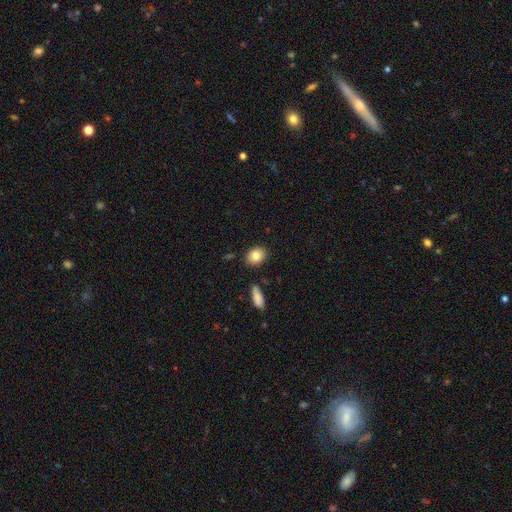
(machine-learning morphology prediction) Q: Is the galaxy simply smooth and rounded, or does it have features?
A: smooth — 82%.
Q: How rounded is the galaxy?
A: in between — 59%.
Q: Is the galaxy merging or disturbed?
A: none — 86%.